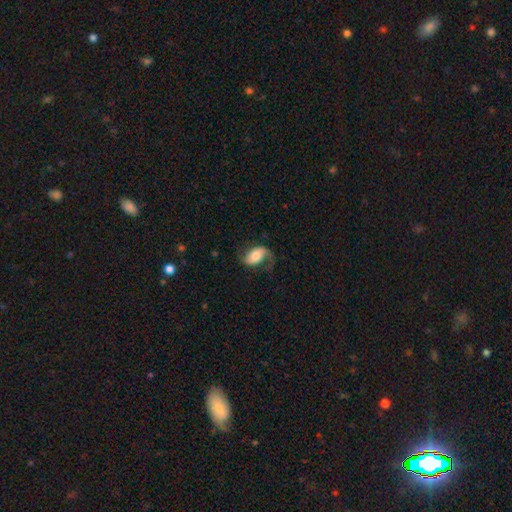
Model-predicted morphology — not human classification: This is possibly a featured or disk galaxy (50%). Merging: possibly none (53%).